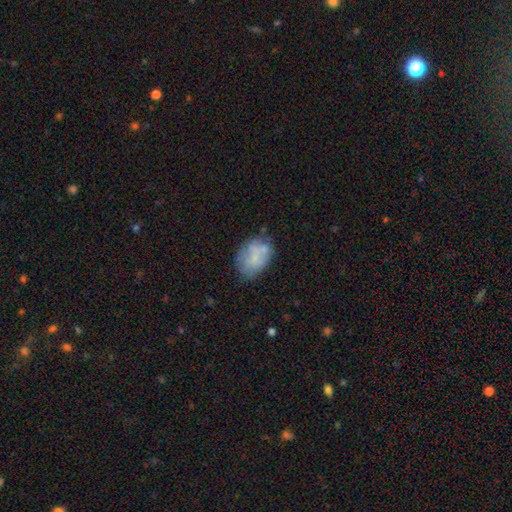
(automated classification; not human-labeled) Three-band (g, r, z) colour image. It shows a smooth galaxy with no disk features (61%) that is in between round and cigar-shaped (77%). Merging: none (56%).